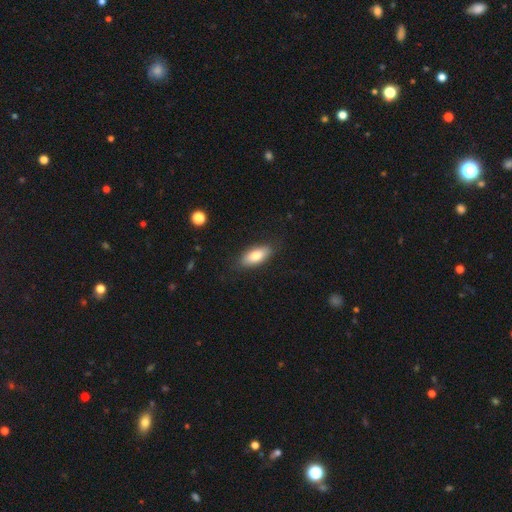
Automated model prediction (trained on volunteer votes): smooth-or-featured: smooth: 78% | featured or disk: 16% | star or artifact: 6%
  how-rounded: in between: 84% | cigar-shaped: 14% | round: 2%
  merging: none: 84% | minor disturbance: 12% | major disturbance: 3% | merger: 1%